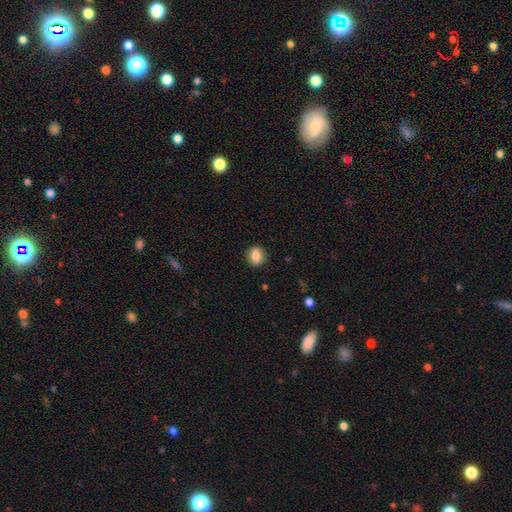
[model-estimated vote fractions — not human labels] smooth 85%, star or artifact 9%, featured or disk 6%. Down the decision tree: how rounded — round (69%); merging — none (89%).